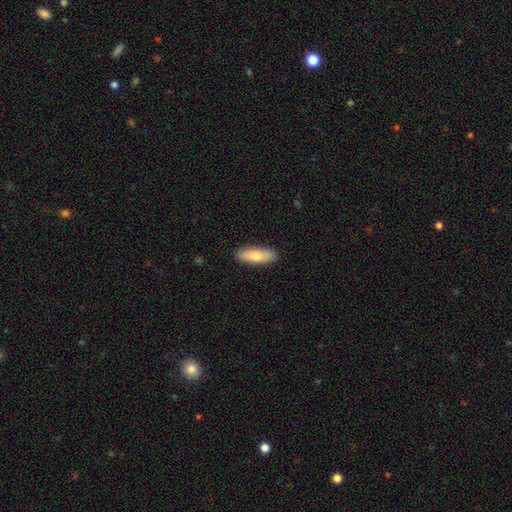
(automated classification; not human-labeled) Smooth or featured?
  - smooth: 79% *
  - featured or disk: 15%
  - star or artifact: 5%
How rounded?
  - in between: 57% *
  - cigar-shaped: 41%
  - round: 2%
Merging?
  - none: 89% *
  - minor disturbance: 8%
  - major disturbance: 2%
  - merger: 1%